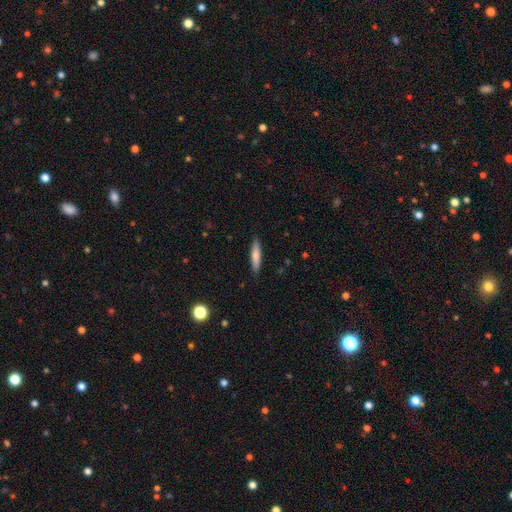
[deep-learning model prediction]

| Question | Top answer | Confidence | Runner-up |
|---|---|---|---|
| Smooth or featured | smooth | 71% | featured or disk (23%) |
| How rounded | cigar-shaped | 84% | in between (15%) |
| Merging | none | 88% | minor disturbance (9%) |